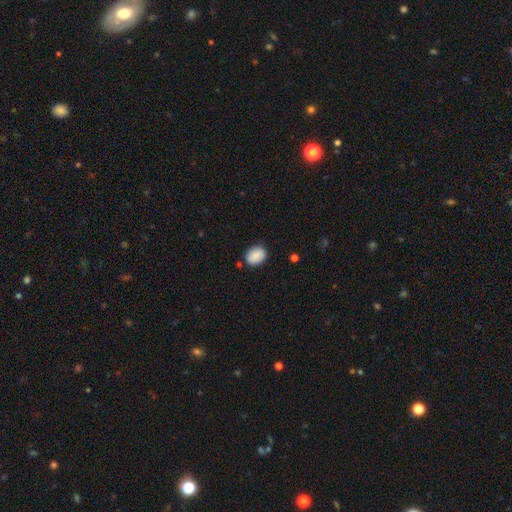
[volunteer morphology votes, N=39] Volunteers were most divided on "how rounded": in between: 68%, round: 32%, cigar-shaped: 0%. More confident: smooth or featured — smooth (79%); merging — none (74%).